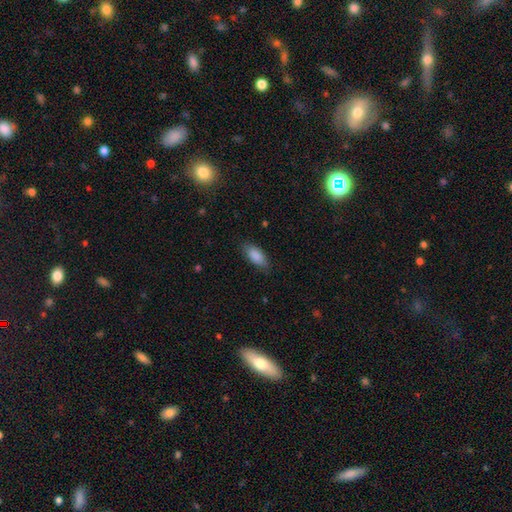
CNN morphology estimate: Smooth or featured?
  - smooth: 88% *
  - star or artifact: 6%
  - featured or disk: 6%
How rounded?
  - in between: 87% *
  - cigar-shaped: 11%
  - round: 2%
Merging?
  - none: 81% *
  - minor disturbance: 15%
  - major disturbance: 3%
  - merger: 1%